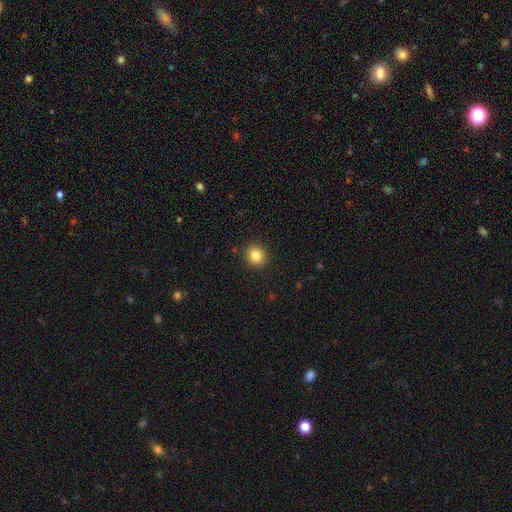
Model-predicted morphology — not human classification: smooth-or-featured: smooth: 84% | star or artifact: 10% | featured or disk: 5%
  how-rounded: round: 88% | in between: 11% | cigar-shaped: 1%
  merging: none: 91% | minor disturbance: 6% | major disturbance: 2% | merger: 1%